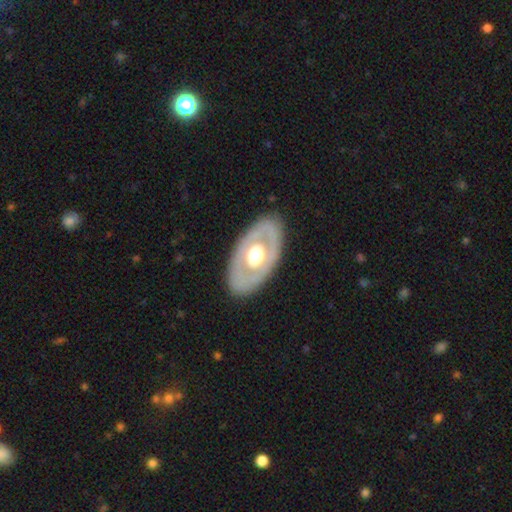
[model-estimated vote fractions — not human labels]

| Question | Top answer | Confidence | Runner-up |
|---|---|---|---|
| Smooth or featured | featured or disk | 59% | smooth (36%) |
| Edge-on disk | no | 87% | yes (13%) |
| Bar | no | 90% | weak (7%) |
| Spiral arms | no | 92% | yes (8%) |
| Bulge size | moderate | 56% | large (37%) |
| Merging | none | 84% | minor disturbance (11%) |